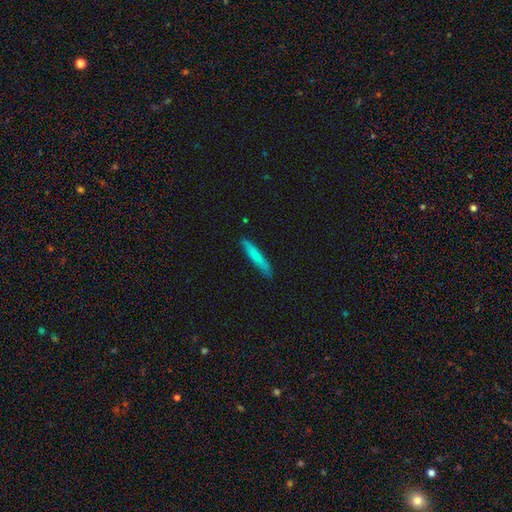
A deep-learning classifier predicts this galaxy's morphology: Smooth or featured?
  - smooth: 74% *
  - featured or disk: 20%
  - star or artifact: 6%
How rounded?
  - cigar-shaped: 93% *
  - in between: 5%
  - round: 1%
Merging?
  - none: 87% *
  - minor disturbance: 10%
  - major disturbance: 2%
  - merger: 1%